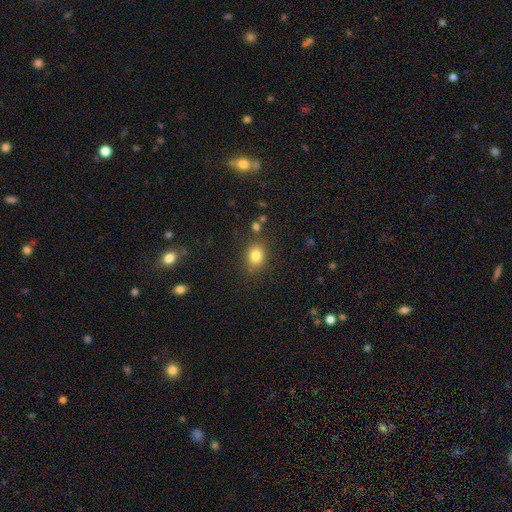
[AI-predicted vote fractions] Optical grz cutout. It shows a smooth galaxy with no disk features (82%) that is round (61%). Merging: none (80%).